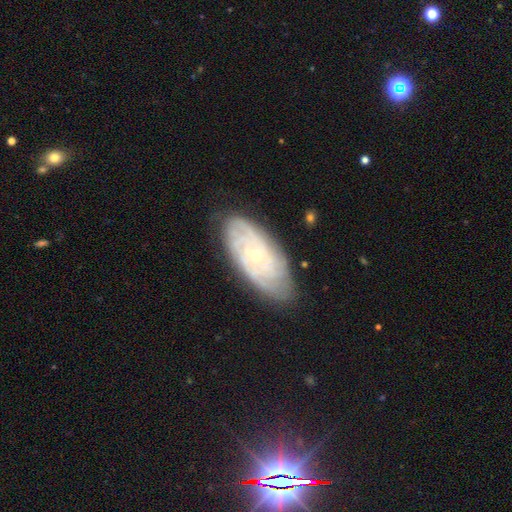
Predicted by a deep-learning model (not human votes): Smooth or featured? featured or disk (81%)
Edge-on disk? no (93%)
Bar? no (77%)
Spiral arms? yes (95%)
Spiral winding? tight (77%)
Spiral arm count? can't tell (39%)
Bulge size? small (74%)
Merging? none (81%)